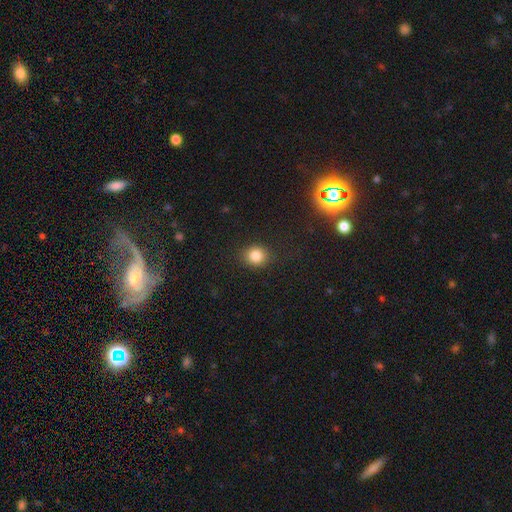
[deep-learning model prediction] Overall: smooth (84%). How rounded: round (78%). Merging: none (85%).